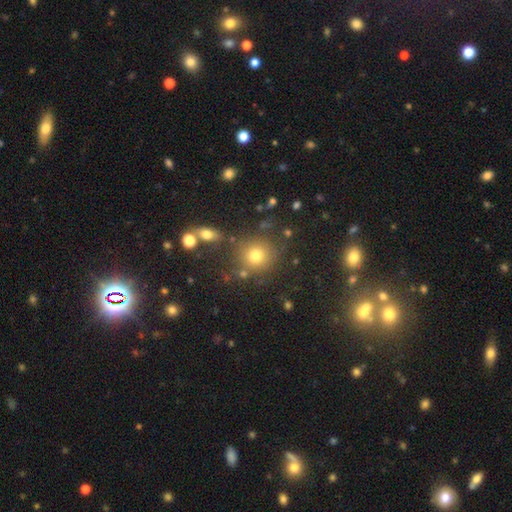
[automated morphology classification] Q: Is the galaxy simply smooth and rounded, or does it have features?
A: smooth — 75%.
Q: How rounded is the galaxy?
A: round — 88%.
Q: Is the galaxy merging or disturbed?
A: none — 78%.